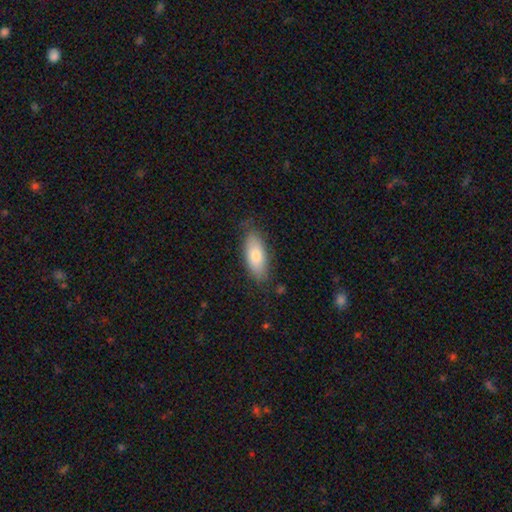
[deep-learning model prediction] smooth_or_featured: smooth (p=0.74) [alt: featured or disk p=0.19]
how_rounded: in between (p=0.82) [alt: cigar-shaped p=0.16]
merging: none (p=0.78) [alt: minor disturbance p=0.17]